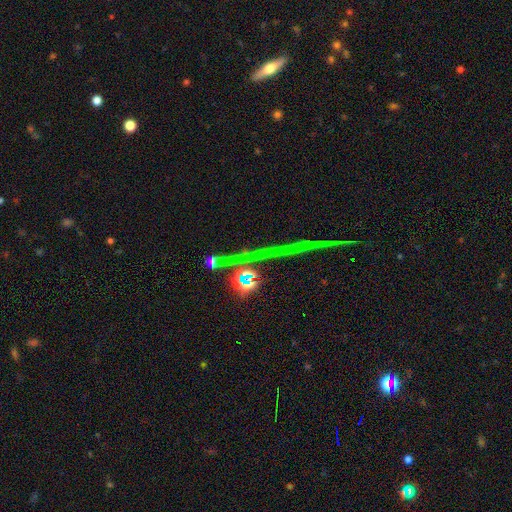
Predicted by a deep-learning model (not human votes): The model was most divided on "smooth or featured": star or artifact: 74%, featured or disk: 15%, smooth: 11%.